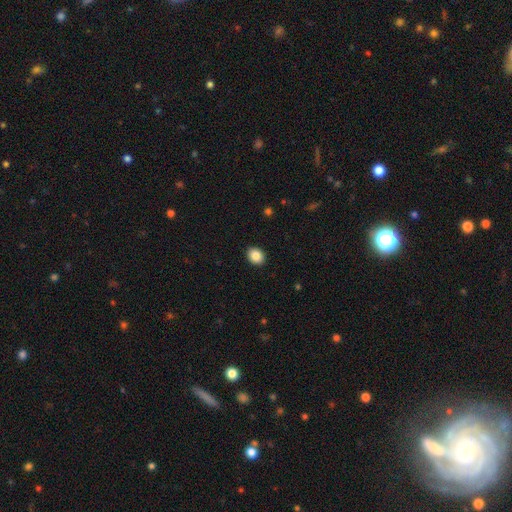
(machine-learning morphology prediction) Overall: smooth (86%). How rounded: in between (51%; round 48%). Merging: none (92%).